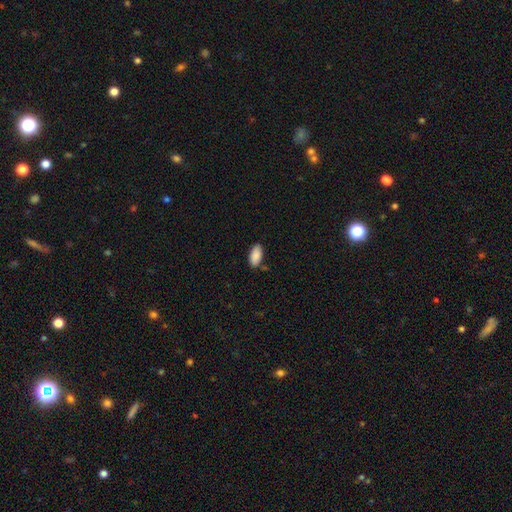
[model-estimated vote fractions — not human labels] smooth-or-featured: smooth: 89% | star or artifact: 6% | featured or disk: 4%
  how-rounded: in between: 92% | cigar-shaped: 6% | round: 2%
  merging: none: 81% | minor disturbance: 13% | merger: 3% | major disturbance: 2%